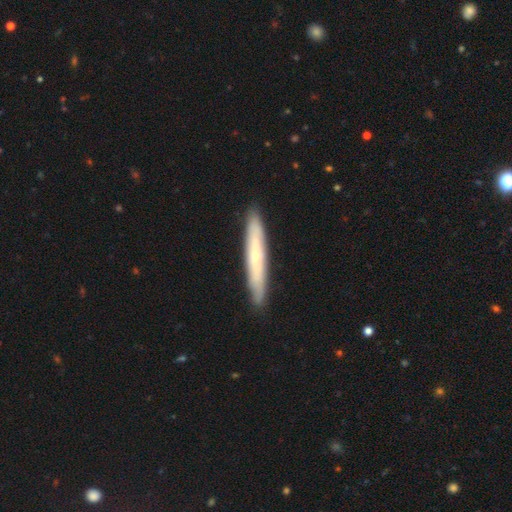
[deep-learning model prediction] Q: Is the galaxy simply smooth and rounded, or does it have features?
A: featured or disk — 55%.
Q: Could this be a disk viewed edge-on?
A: yes — 79%.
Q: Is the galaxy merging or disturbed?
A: none — 90%.